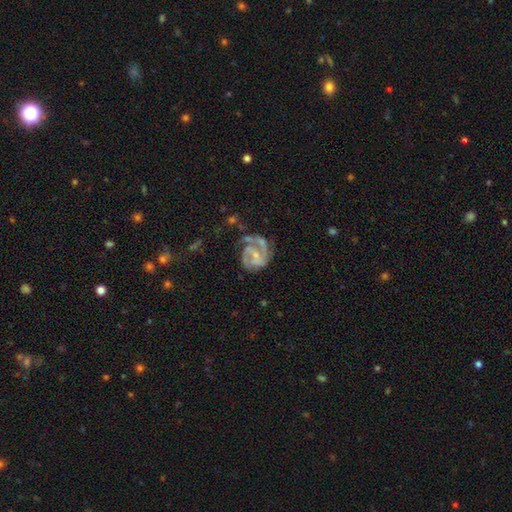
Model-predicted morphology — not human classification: Q: Smooth or featured?
A: featured or disk (86%); runner-up: smooth (8%)
Q: Edge-on disk?
A: no (98%); runner-up: yes (2%)
Q: Bar?
A: weak (45%); runner-up: no (41%)
Q: Spiral arms?
A: yes (95%); runner-up: no (5%)
Q: Spiral winding?
A: medium (48%); runner-up: tight (39%)
Q: Spiral arm count?
A: 2 (56%); runner-up: 3 (19%)
Q: Bulge size?
A: small (63%); runner-up: moderate (27%)
Q: Merging?
A: none (51%); runner-up: minor disturbance (23%)